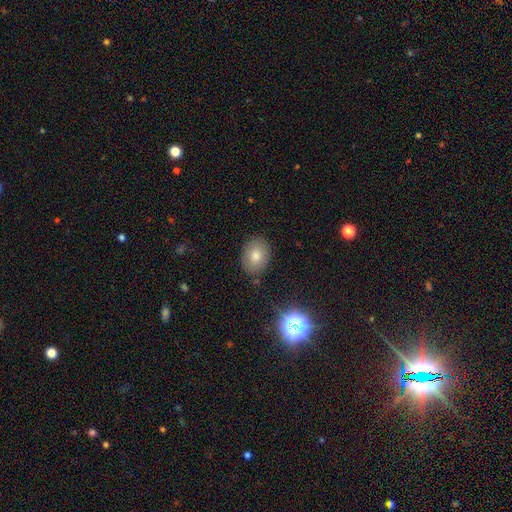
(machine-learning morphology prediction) Q: Smooth or featured?
A: smooth (75%); runner-up: star or artifact (14%)
Q: How rounded?
A: in between (61%); runner-up: round (38%)
Q: Merging?
A: none (86%); runner-up: minor disturbance (10%)